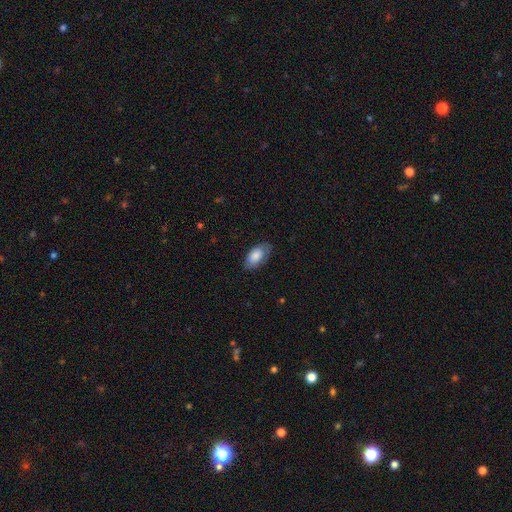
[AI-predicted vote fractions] smooth-or-featured: smooth: 79% | featured or disk: 15% | star or artifact: 6%
  how-rounded: in between: 94% | round: 3% | cigar-shaped: 3%
  merging: none: 75% | minor disturbance: 19% | major disturbance: 5% | merger: 1%